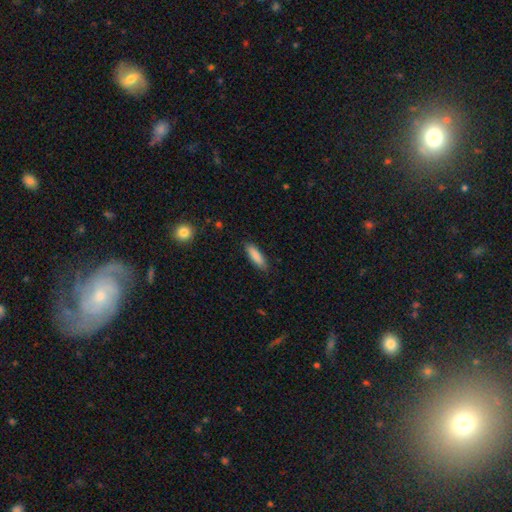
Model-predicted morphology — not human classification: type=smooth (87%); roundness=cigar-shaped (59%); merging=none (85%).